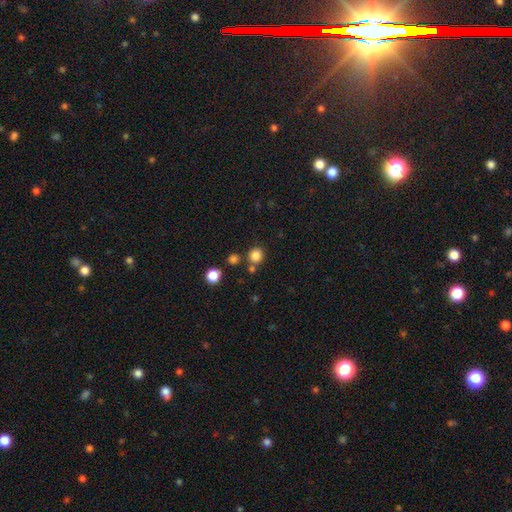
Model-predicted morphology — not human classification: The model was most divided on "merging": none: 76%, merger: 13%, minor disturbance: 8%, major disturbance: 3%. More confident: how rounded — round (87%); smooth or featured — smooth (83%).